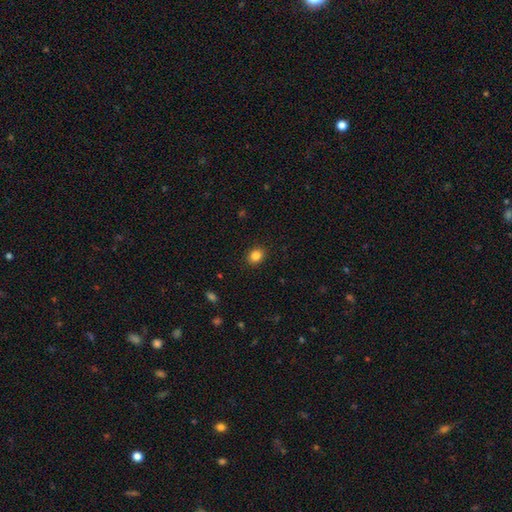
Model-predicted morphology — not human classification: type=smooth (84%); roundness=round (62%); merging=none (90%).